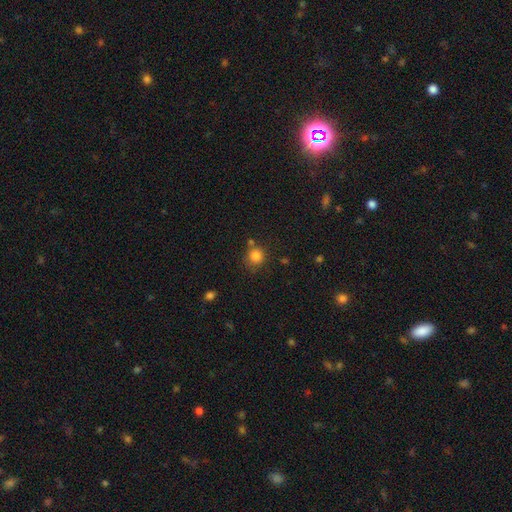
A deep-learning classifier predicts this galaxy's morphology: smooth_or_featured: smooth (p=0.83) [alt: star or artifact p=0.12]
how_rounded: round (p=0.87) [alt: in between p=0.12]
merging: none (p=0.68) [alt: minor disturbance p=0.15]